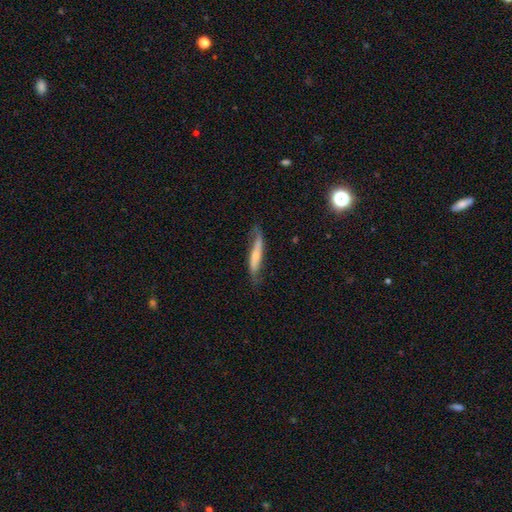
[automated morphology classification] A featured or disk galaxy (52%) viewed edge-on (57%).

Vote fractions:
- Smooth or featured? featured or disk: 52% / smooth: 42% / star or artifact: 6%
- Edge-on disk? yes: 57% / no: 43%
- Merging? none: 63% / minor disturbance: 26% / major disturbance: 9% / merger: 2%